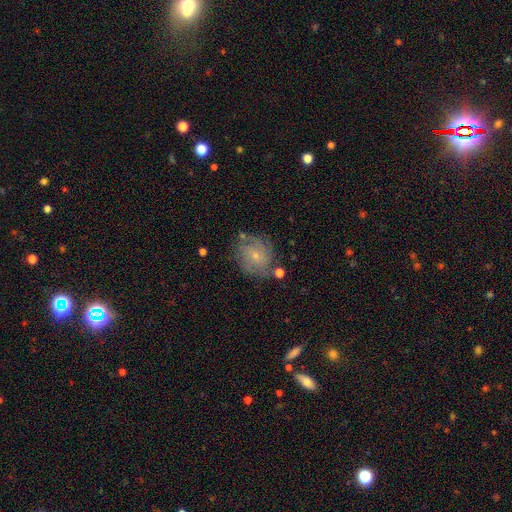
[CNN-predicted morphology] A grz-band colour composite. It shows a featured or disk galaxy (66%) with no bar (77%), tight (57%) spiral arms (87%) and a small central bulge (77%). Merging: none (69%).